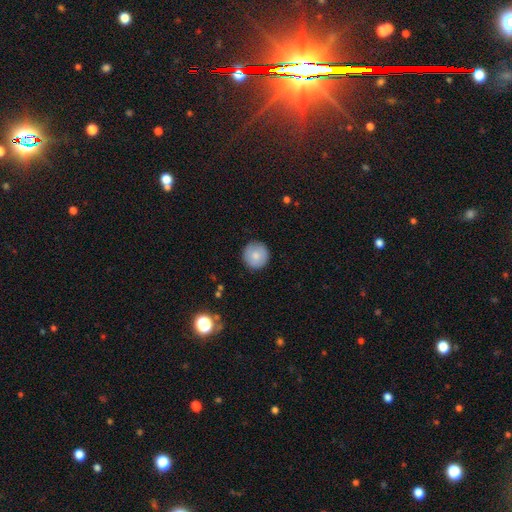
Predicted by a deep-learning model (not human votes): smooth 81%, featured or disk 12%, star or artifact 7%. Down the decision tree: how rounded — round (96%); merging — none (91%).